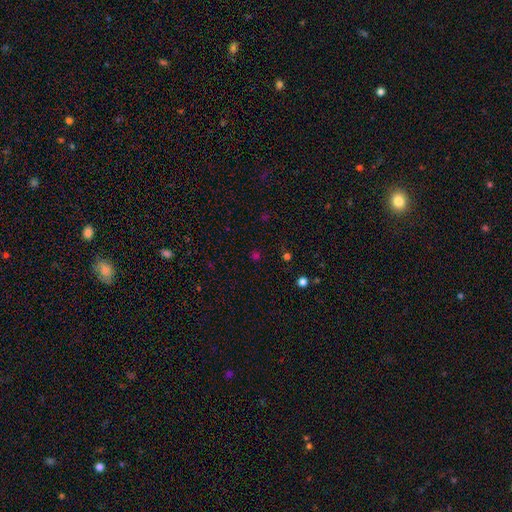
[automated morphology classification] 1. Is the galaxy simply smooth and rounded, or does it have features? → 50% smooth, 44% star or artifact, 6% featured or disk.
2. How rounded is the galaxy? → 86% round, 13% in between, 1% cigar-shaped.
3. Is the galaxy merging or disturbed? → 82% none, 10% minor disturbance, 5% major disturbance, 3% merger.